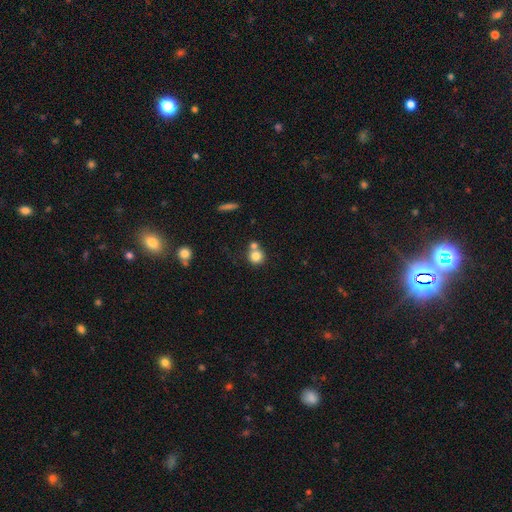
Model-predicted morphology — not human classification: This appears to be a smooth galaxy with no disk features (80%) that is round (90%). Merging: none (51%).